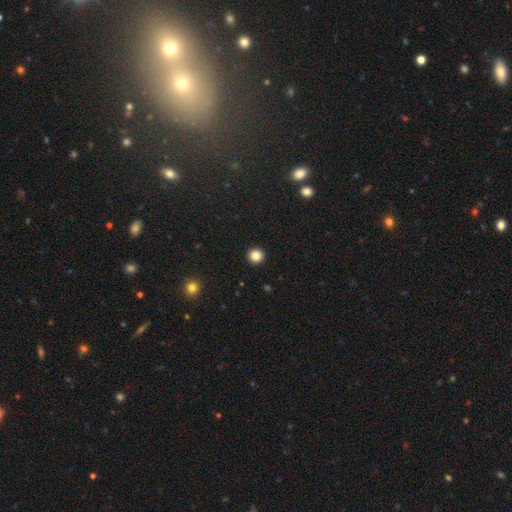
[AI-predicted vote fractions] smooth_or_featured: smooth (p=0.84) [alt: star or artifact p=0.12]
how_rounded: round (p=0.95) [alt: in between p=0.04]
merging: none (p=0.94) [alt: minor disturbance p=0.04]